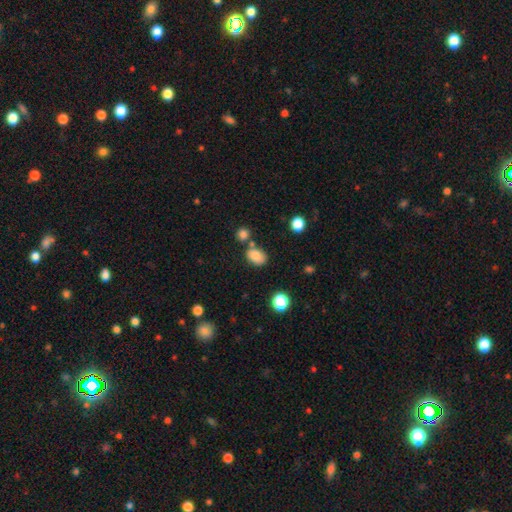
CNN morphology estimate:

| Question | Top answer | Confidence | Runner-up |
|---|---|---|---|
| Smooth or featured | smooth | 81% | star or artifact (11%) |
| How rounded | in between | 71% | round (27%) |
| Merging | none | 66% | minor disturbance (16%) |